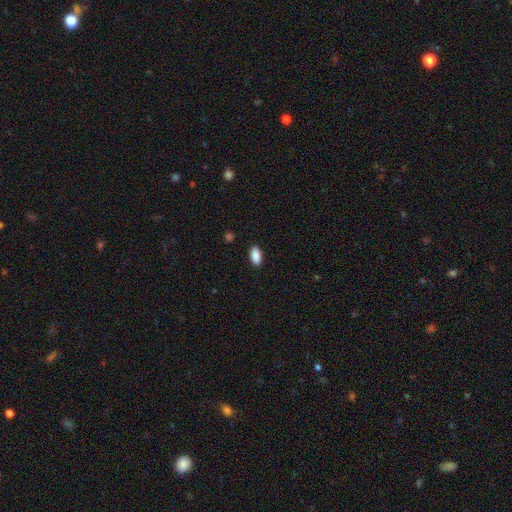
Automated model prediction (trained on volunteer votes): The model was most divided on "merging": none: 90%, minor disturbance: 8%, major disturbance: 2%, merger: 1%. More confident: how rounded — in between (90%); smooth or featured — smooth (89%).